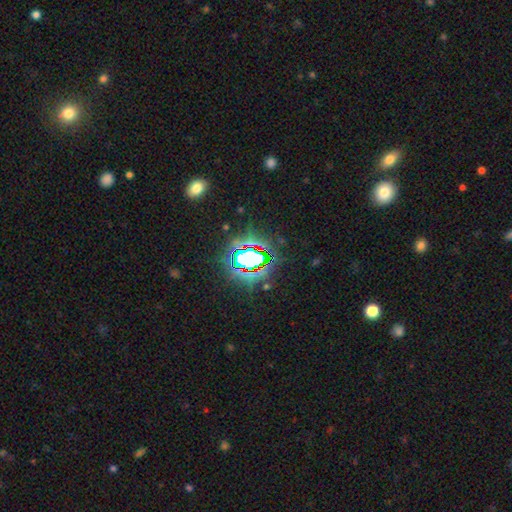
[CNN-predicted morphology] This appears to be a star or artifact, not a galaxy (78%).